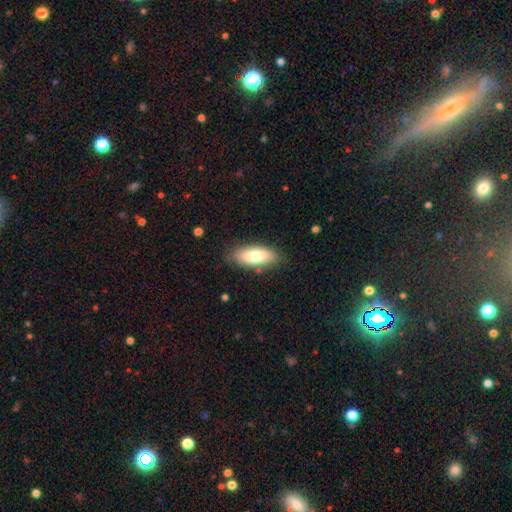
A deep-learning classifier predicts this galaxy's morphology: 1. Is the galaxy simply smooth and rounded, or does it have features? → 75% smooth, 19% featured or disk, 7% star or artifact.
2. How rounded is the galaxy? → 80% in between, 17% cigar-shaped, 2% round.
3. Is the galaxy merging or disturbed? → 84% none, 12% minor disturbance, 2% major disturbance, 1% merger.